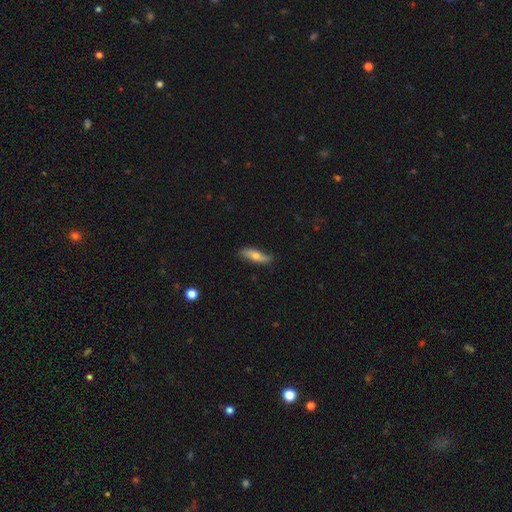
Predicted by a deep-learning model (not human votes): Smooth or featured?
  - smooth: 52% *
  - featured or disk: 42%
  - star or artifact: 6%
How rounded?
  - cigar-shaped: 55% *
  - in between: 42%
  - round: 3%
Merging?
  - none: 77% *
  - minor disturbance: 19%
  - major disturbance: 3%
  - merger: 1%